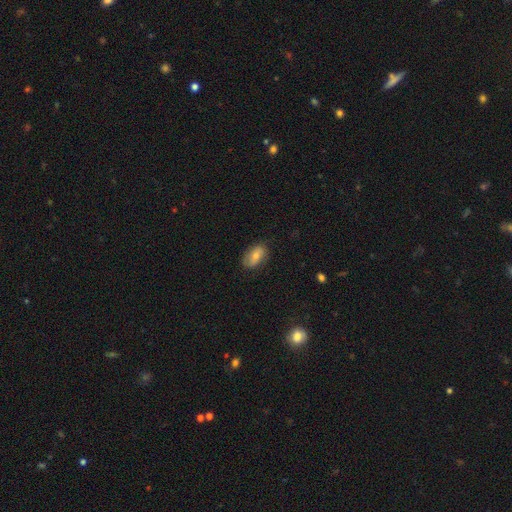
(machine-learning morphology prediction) Q: Smooth or featured?
A: smooth (62%); runner-up: featured or disk (30%)
Q: How rounded?
A: in between (89%); runner-up: round (8%)
Q: Merging?
A: none (75%); runner-up: minor disturbance (20%)